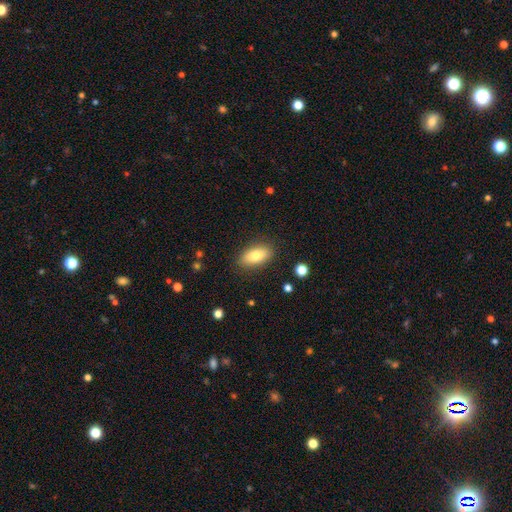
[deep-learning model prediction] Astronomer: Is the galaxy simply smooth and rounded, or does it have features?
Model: smooth — 78%.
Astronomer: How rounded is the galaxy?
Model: in between — 87%.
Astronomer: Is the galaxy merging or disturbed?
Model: none — 86%.